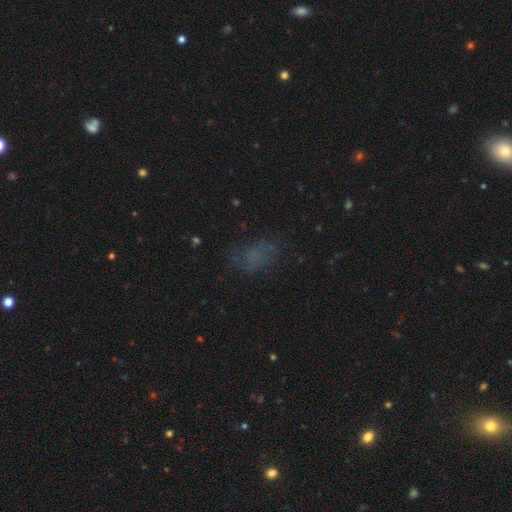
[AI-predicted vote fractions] A smooth galaxy with no disk features (58%) that is in between round and cigar-shaped (80%). Merging: none (61%).